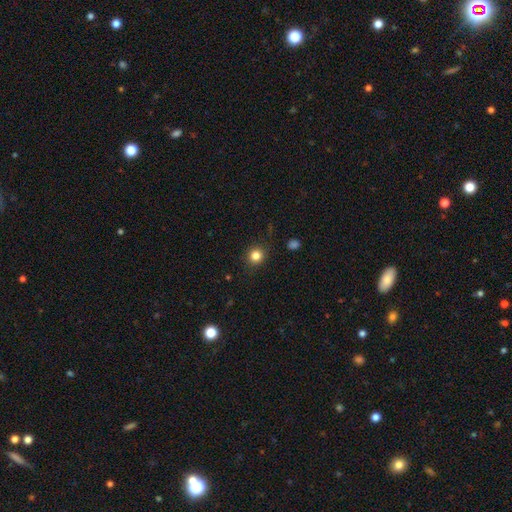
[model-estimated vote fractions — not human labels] This appears to be a smooth galaxy with no disk features (83%) that is round (88%). Merging: none (89%).